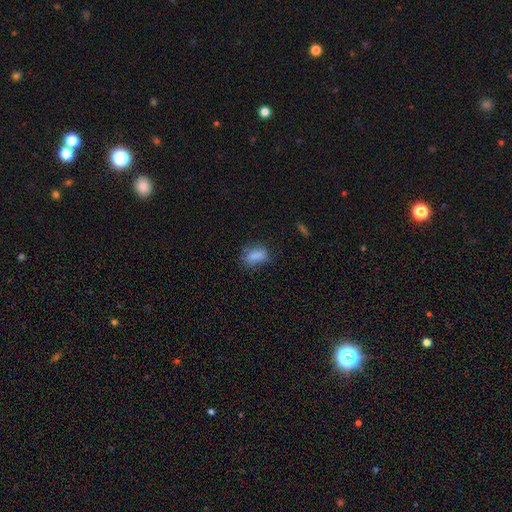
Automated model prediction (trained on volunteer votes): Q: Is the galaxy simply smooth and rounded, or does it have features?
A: smooth — 81%.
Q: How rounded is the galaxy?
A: in between — 83%.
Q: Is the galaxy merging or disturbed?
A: none — 59%.